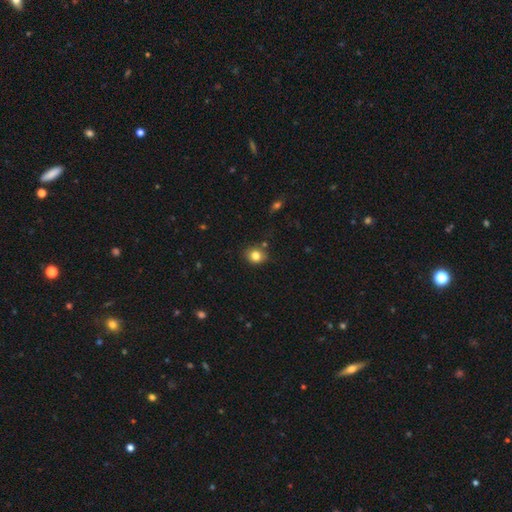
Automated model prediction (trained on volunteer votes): This is clearly a smooth galaxy (82%). How rounded: likely round (67%). Merging: likely none (79%).